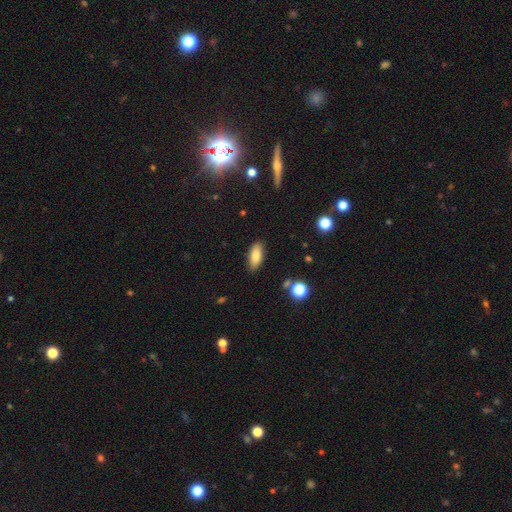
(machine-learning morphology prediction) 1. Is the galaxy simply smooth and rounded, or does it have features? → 80% smooth, 12% featured or disk, 8% star or artifact.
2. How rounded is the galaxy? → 82% in between, 15% cigar-shaped, 3% round.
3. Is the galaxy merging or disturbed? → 85% none, 11% minor disturbance, 2% major disturbance, 2% merger.